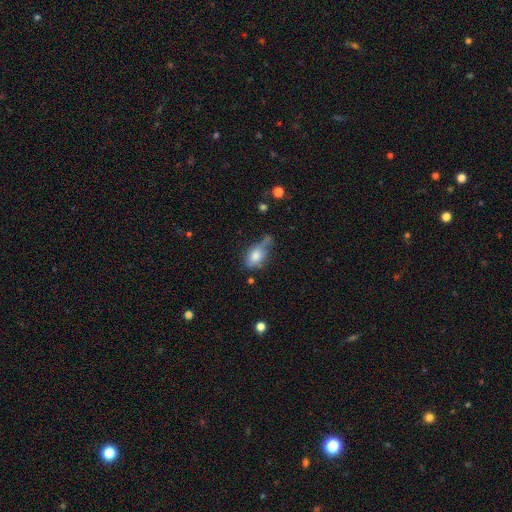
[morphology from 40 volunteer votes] smooth_or_featured: smooth (p=0.80) [alt: featured or disk p=0.17]
how_rounded: in between (p=0.84) [alt: round p=0.16]
merging: minor disturbance (p=0.56) [alt: none p=0.23]